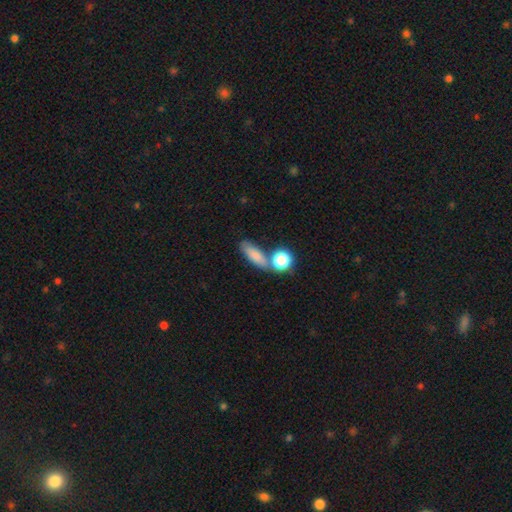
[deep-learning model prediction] Q: Smooth or featured?
A: smooth (79%); runner-up: featured or disk (11%)
Q: How rounded?
A: in between (55%); runner-up: cigar-shaped (32%)
Q: Merging?
A: none (59%); runner-up: merger (22%)